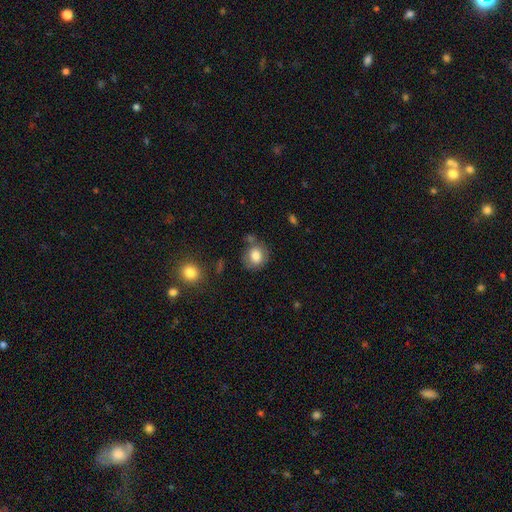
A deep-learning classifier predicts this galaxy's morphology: Smooth or featured?
  - smooth: 80% *
  - featured or disk: 11%
  - star or artifact: 9%
How rounded?
  - round: 71% *
  - in between: 28%
  - cigar-shaped: 1%
Merging?
  - none: 69% *
  - minor disturbance: 17%
  - merger: 8%
  - major disturbance: 5%